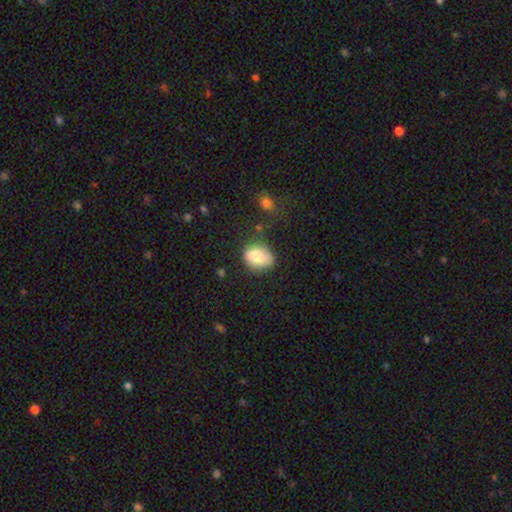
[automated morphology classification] type=smooth (79%); roundness=in between (57%); merging=none (60%).